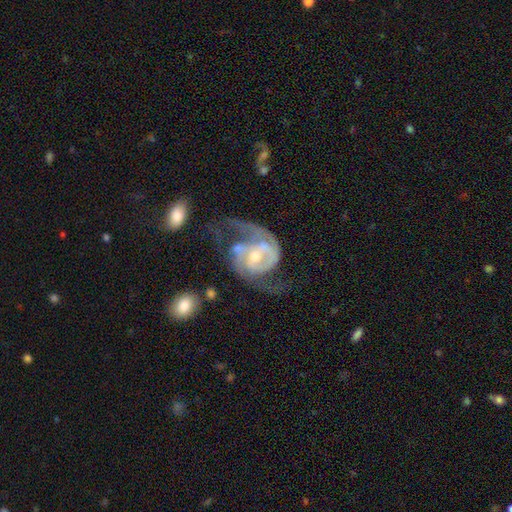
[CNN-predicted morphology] Smooth or featured? featured or disk (86%)
Edge-on disk? no (98%)
Bar? no (45%)
Spiral arms? yes (92%)
Spiral winding? medium (45%)
Spiral arm count? 2 (77%)
Bulge size? moderate (55%)
Merging? major disturbance (36%)